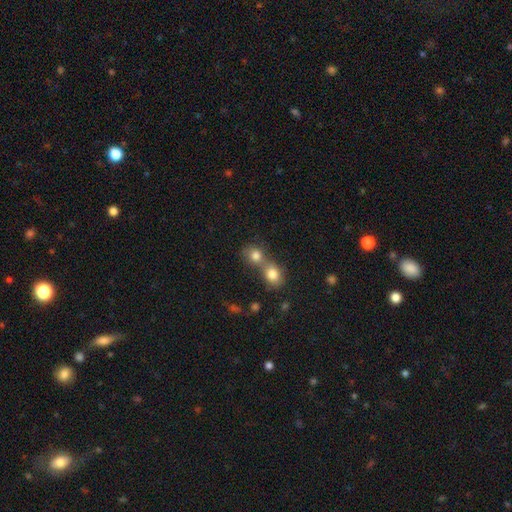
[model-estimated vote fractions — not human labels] smooth_or_featured: smooth (p=0.80) [alt: star or artifact p=0.11]
how_rounded: round (p=0.73) [alt: in between p=0.26]
merging: merger (p=0.64) [alt: none p=0.28]